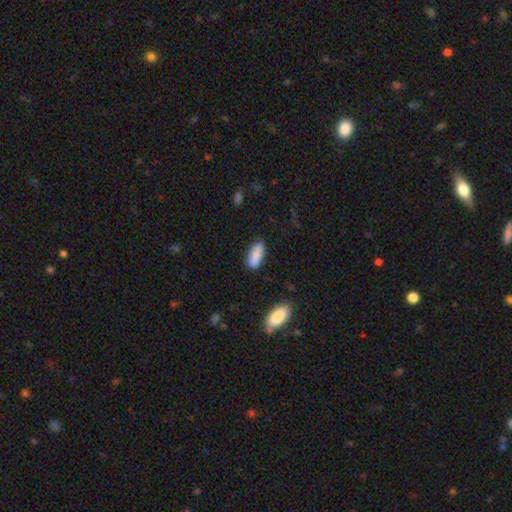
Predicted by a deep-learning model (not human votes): Smooth or featured: smooth — 88% (star or artifact — 6%)
How rounded: in between — 75% (cigar-shaped — 24%)
Merging: none — 83% (minor disturbance — 13%)